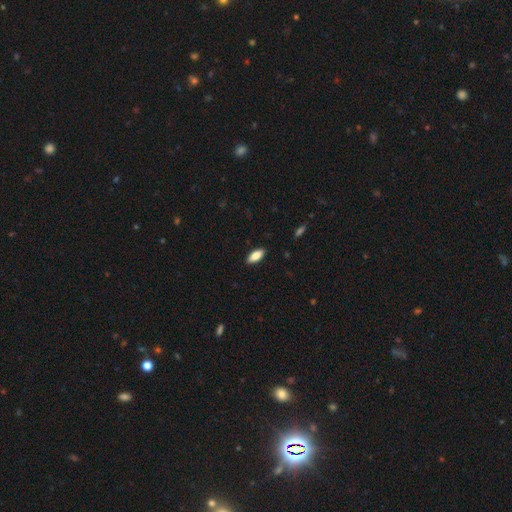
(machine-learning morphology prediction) The model was most divided on "how rounded": in between: 80%, cigar-shaped: 18%, round: 2%. More confident: merging — none (89%); smooth or featured — smooth (85%).